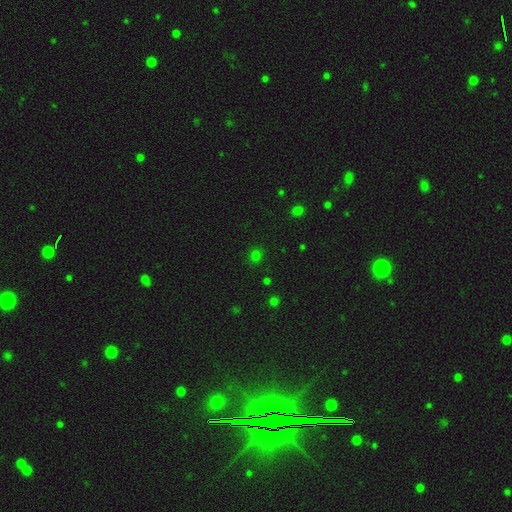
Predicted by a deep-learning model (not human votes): smooth_or_featured: smooth (p=0.70) [alt: star or artifact p=0.26]
how_rounded: round (p=0.83) [alt: in between p=0.16]
merging: none (p=0.87) [alt: minor disturbance p=0.09]